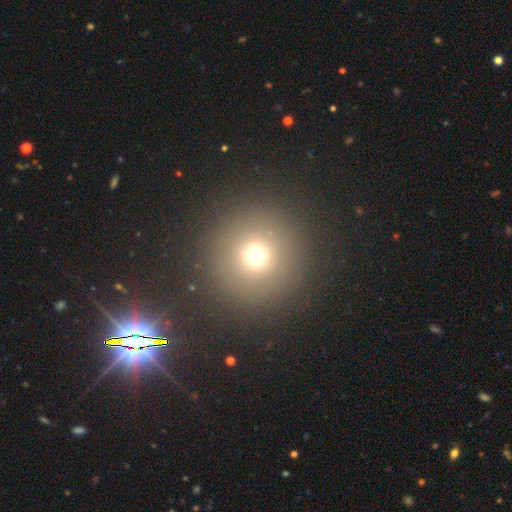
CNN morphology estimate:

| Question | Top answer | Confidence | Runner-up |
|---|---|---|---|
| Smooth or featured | smooth | 69% | star or artifact (21%) |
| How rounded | round | 96% | in between (3%) |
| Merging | none | 88% | minor disturbance (6%) |